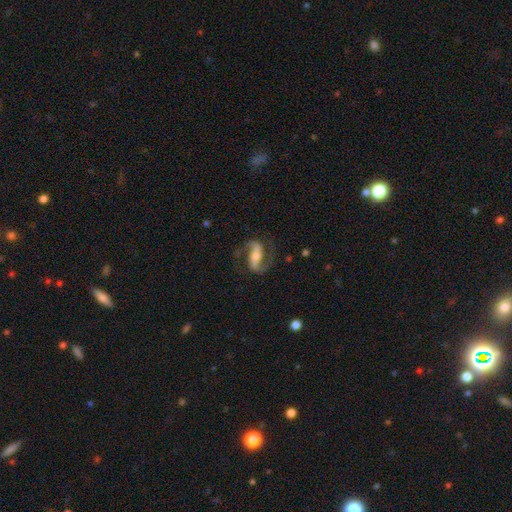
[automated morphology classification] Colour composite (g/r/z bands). It shows a featured or disk galaxy (85%) with a strong bar (53%), 2 (92%) medium (47%) spiral arms (96%) and a moderate central bulge (49%). Merging: none (75%).